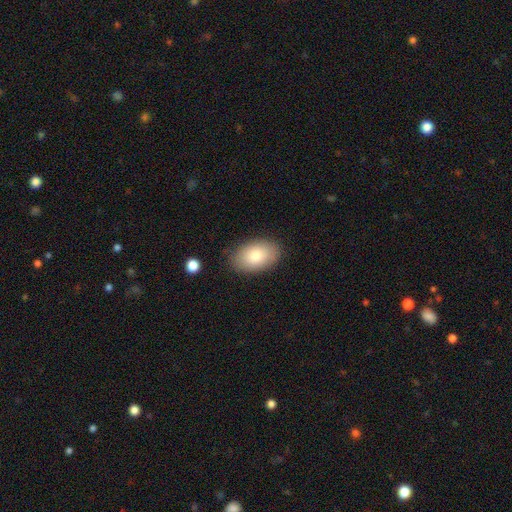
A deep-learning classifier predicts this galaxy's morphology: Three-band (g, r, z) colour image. It shows a smooth galaxy with no disk features (82%) that is in between round and cigar-shaped (91%). Merging: none (85%).